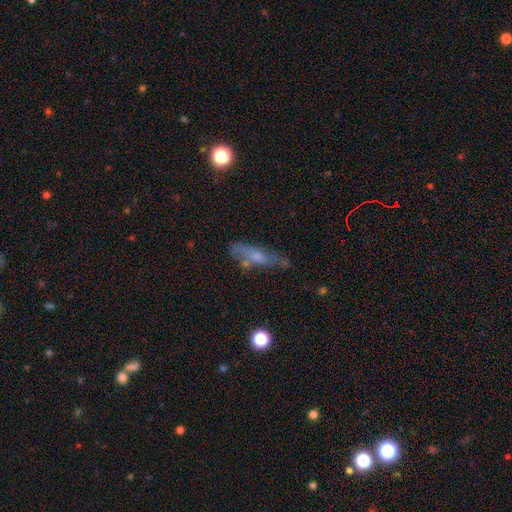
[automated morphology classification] This is possibly a smooth galaxy (51%). How rounded: possibly cigar-shaped (50%). Merging: possibly none (53%).